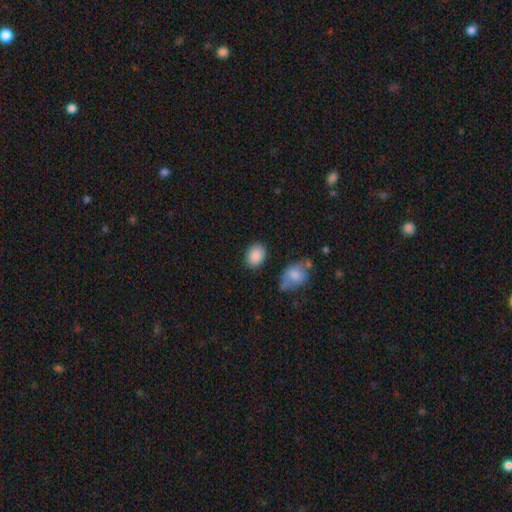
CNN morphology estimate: A smooth galaxy with no disk features (88%) that is in between round and cigar-shaped (71%). Merging: none (81%).